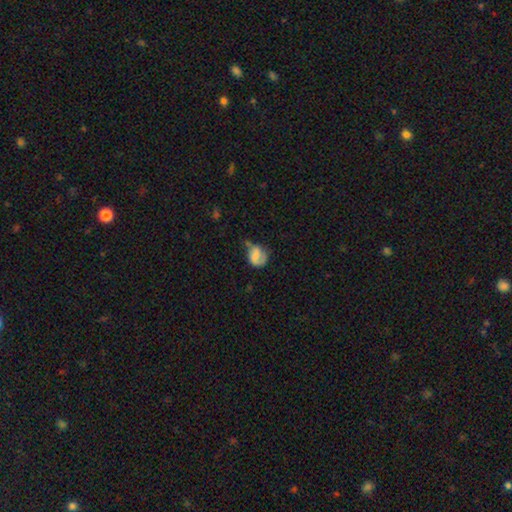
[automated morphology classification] Smooth or featured? featured or disk (51%)
Edge-on disk? no (98%)
Bar? no (48%)
Spiral arms? yes (81%)
Bulge size? none (40%)
Merging? none (39%)